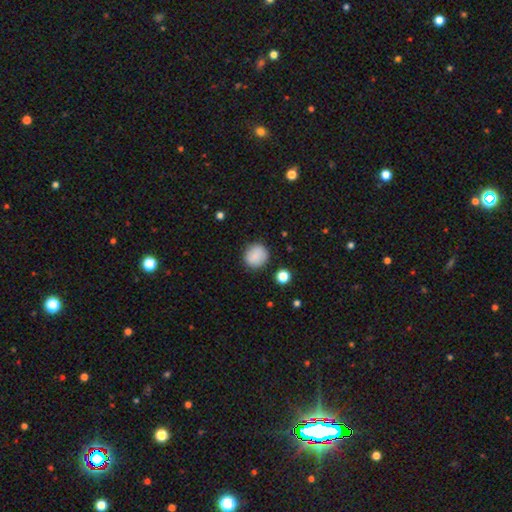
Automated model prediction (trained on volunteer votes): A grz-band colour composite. It shows a smooth galaxy with no disk features (87%) that is round (87%). Merging: none (86%).